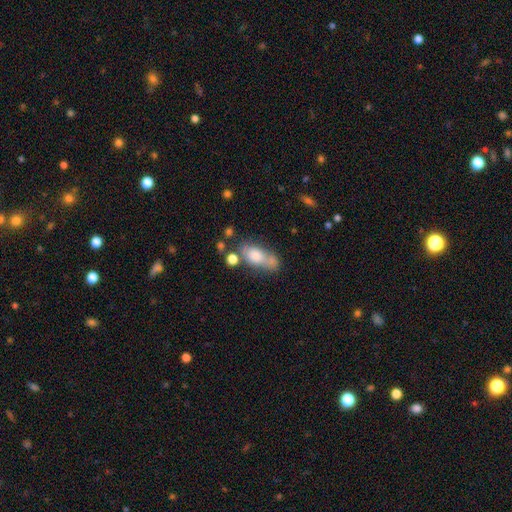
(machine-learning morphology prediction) This appears to be a smooth galaxy with no disk features (71%) that is in between round and cigar-shaped (77%). Merging: none (37%).